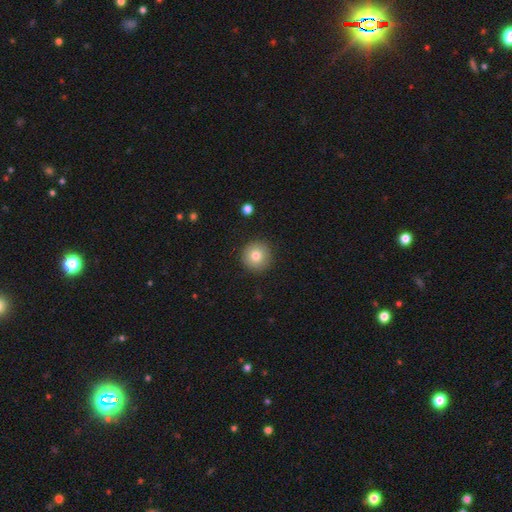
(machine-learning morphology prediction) A smooth galaxy with no disk features (79%) that is round (96%).

Vote fractions:
- Smooth or featured? smooth: 79% / featured or disk: 11% / star or artifact: 10%
- How rounded? round: 96% / in between: 3% / cigar-shaped: 1%
- Merging? none: 91% / minor disturbance: 6% / major disturbance: 2% / merger: 1%